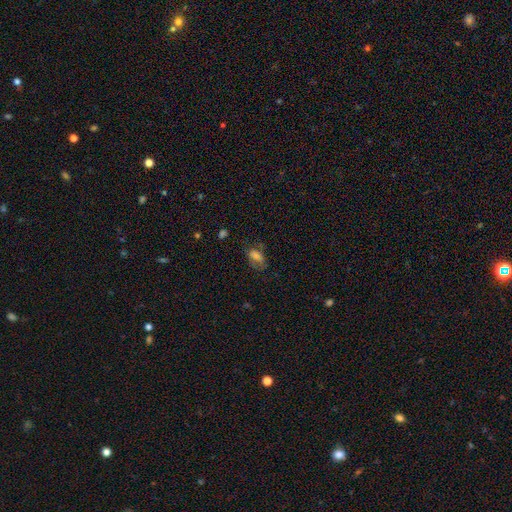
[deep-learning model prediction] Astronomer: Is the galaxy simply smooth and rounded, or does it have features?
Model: smooth — 62%.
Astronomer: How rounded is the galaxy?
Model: in between — 85%.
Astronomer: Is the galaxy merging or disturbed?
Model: none — 56%.